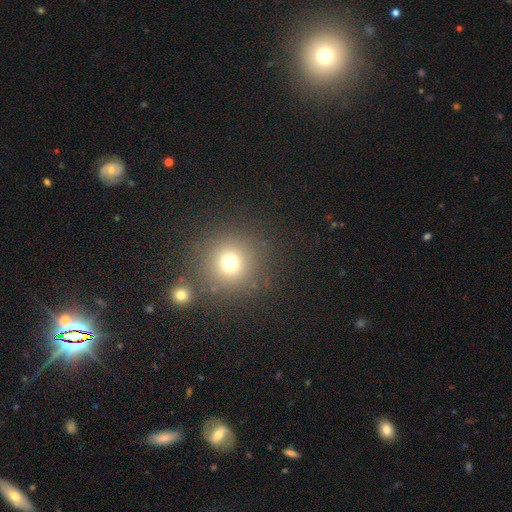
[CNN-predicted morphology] A smooth galaxy with no disk features (57%) that is round (94%).

Vote fractions:
- Smooth or featured? smooth: 57% / star or artifact: 34% / featured or disk: 9%
- How rounded? round: 94% / in between: 5% / cigar-shaped: 1%
- Merging? none: 86% / minor disturbance: 6% / merger: 5% / major disturbance: 3%